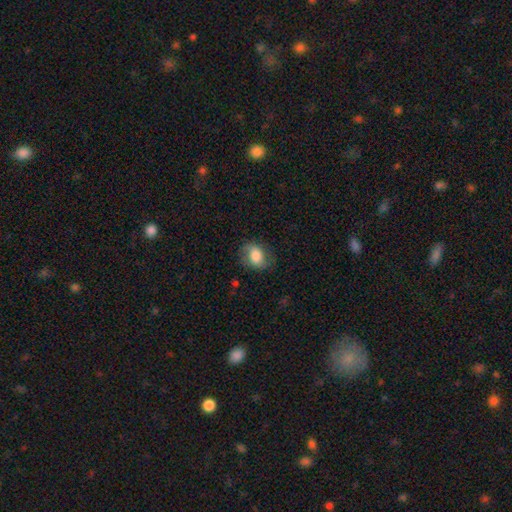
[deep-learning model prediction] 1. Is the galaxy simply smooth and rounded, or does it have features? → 70% smooth, 22% featured or disk, 8% star or artifact.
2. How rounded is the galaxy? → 61% in between, 38% round, 1% cigar-shaped.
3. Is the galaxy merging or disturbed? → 69% none, 21% minor disturbance, 9% major disturbance, 1% merger.